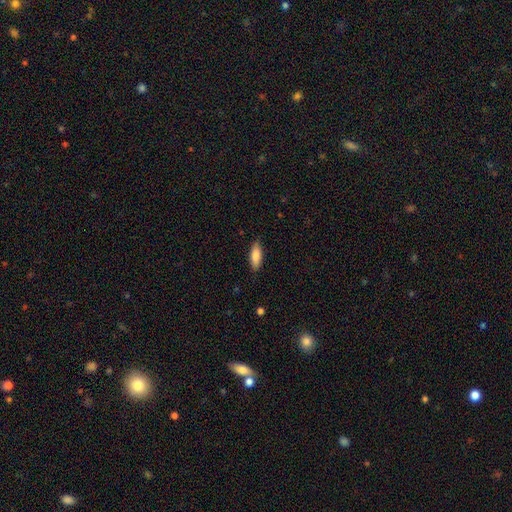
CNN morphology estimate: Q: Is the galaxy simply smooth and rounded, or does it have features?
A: smooth — 85%.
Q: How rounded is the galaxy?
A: in between — 70%.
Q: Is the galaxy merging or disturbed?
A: none — 84%.